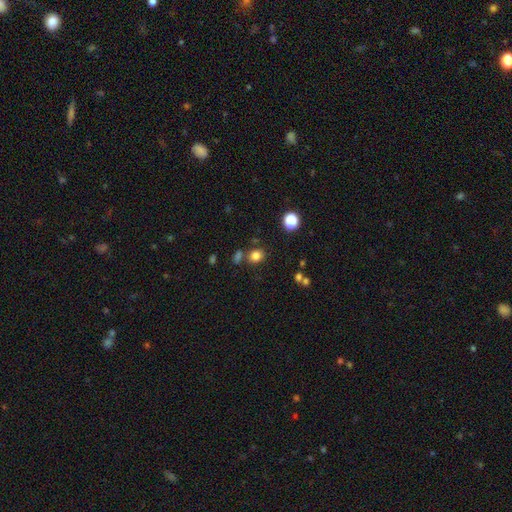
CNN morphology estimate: type=smooth (80%); roundness=round (60%); merging=none (74%).